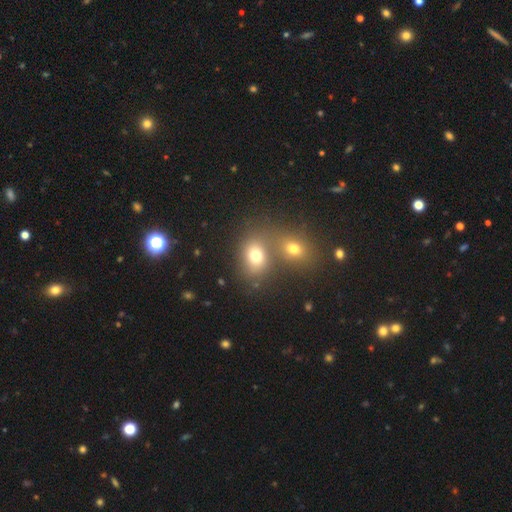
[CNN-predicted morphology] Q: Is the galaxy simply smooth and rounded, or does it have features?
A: smooth — 73%.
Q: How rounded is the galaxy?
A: round — 52%.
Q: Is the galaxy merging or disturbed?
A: merger — 44%.